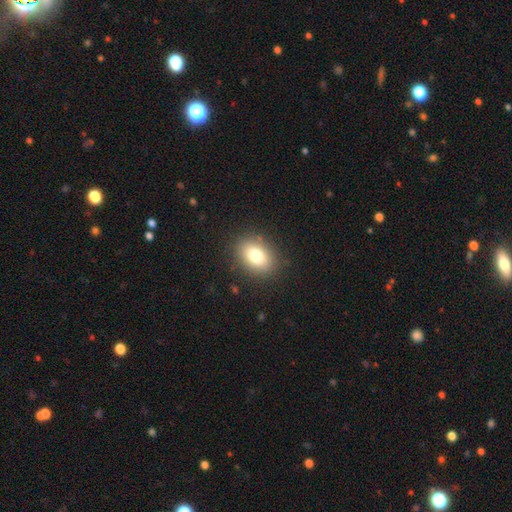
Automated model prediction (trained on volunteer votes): Overall: smooth (79%). How rounded: in between (70%). Merging: none (87%).